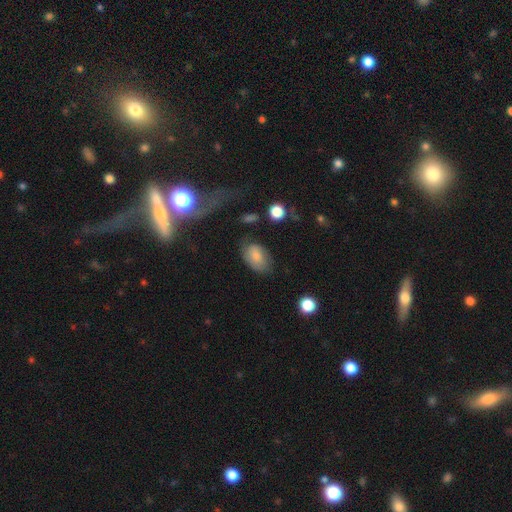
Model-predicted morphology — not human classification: A smooth galaxy with no disk features (73%) that is in between round and cigar-shaped (91%).

Vote fractions:
- Smooth or featured? smooth: 73% / featured or disk: 19% / star or artifact: 8%
- How rounded? in between: 91% / round: 8% / cigar-shaped: 1%
- Merging? none: 67% / minor disturbance: 22% / major disturbance: 8% / merger: 3%